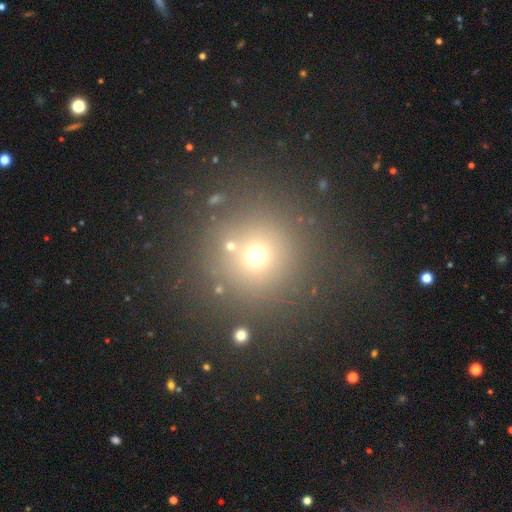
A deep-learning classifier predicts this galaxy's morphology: type=smooth (62%); roundness=round (94%); merging=none (79%).